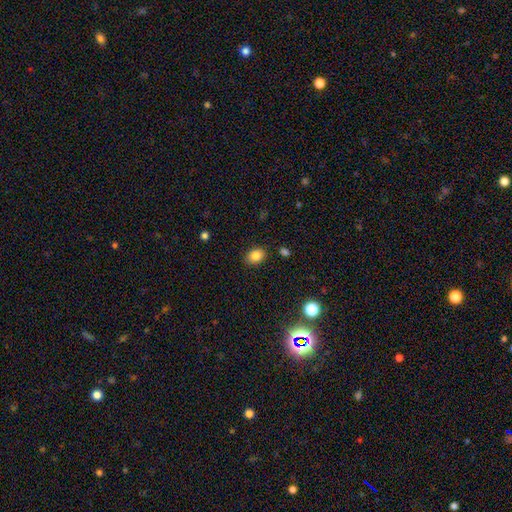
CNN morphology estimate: Overall: smooth (84%). How rounded: in between (63%; round 36%). Merging: none (87%).